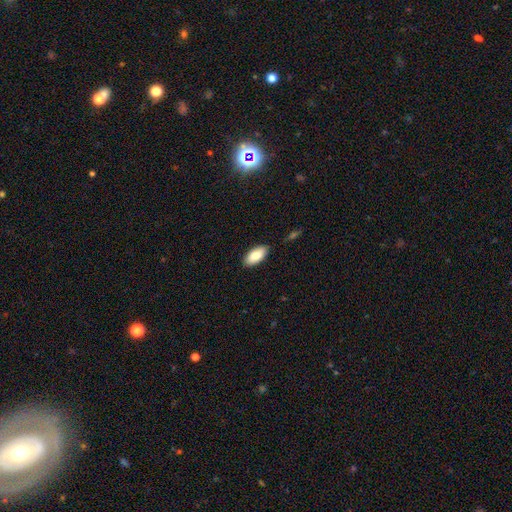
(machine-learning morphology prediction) The model was most divided on "smooth or featured": smooth: 84%, featured or disk: 10%, star or artifact: 6%. More confident: how rounded — in between (92%); merging — none (87%).